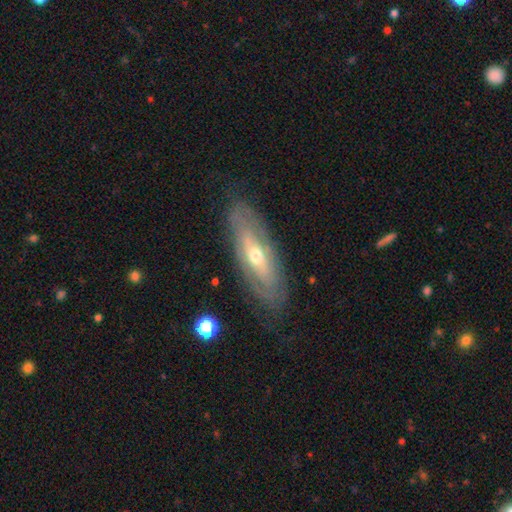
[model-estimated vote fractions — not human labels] Q: Smooth or featured?
A: featured or disk (71%); runner-up: smooth (23%)
Q: Edge-on disk?
A: no (75%); runner-up: yes (25%)
Q: Bar?
A: no (69%); runner-up: weak (21%)
Q: Spiral arms?
A: yes (55%); runner-up: no (45%)
Q: Bulge size?
A: moderate (61%); runner-up: small (33%)
Q: Merging?
A: none (78%); runner-up: minor disturbance (15%)